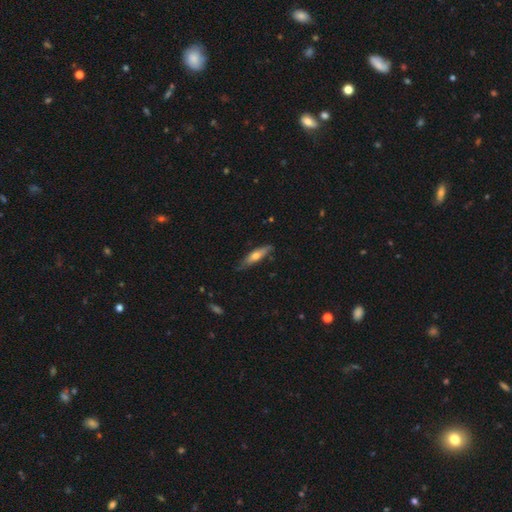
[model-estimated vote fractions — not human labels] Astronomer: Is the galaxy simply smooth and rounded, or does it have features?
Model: smooth — 55% (runner-up: featured or disk, 39%).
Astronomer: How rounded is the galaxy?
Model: cigar-shaped — 71%.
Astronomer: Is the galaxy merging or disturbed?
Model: none — 75%.